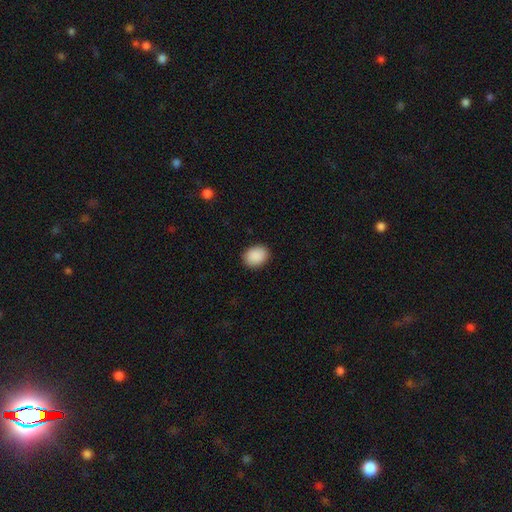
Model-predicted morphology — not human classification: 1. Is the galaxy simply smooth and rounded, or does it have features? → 90% smooth, 7% star or artifact, 2% featured or disk.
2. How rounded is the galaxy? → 63% in between, 36% round, 1% cigar-shaped.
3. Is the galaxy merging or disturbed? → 89% none, 8% minor disturbance, 2% major disturbance, 1% merger.